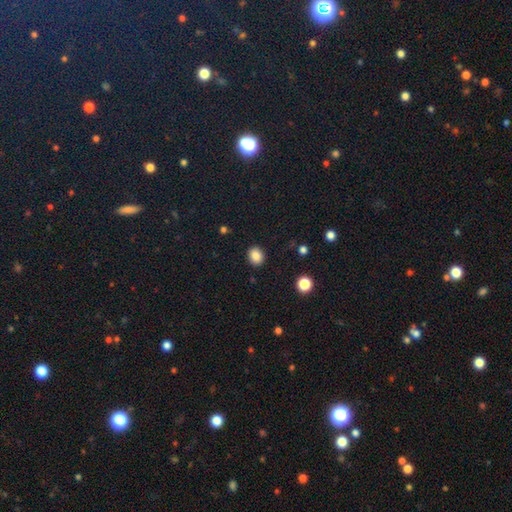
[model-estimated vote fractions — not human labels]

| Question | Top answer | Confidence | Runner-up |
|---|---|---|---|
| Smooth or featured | smooth | 85% | star or artifact (10%) |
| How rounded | round | 64% | in between (35%) |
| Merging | none | 90% | minor disturbance (7%) |